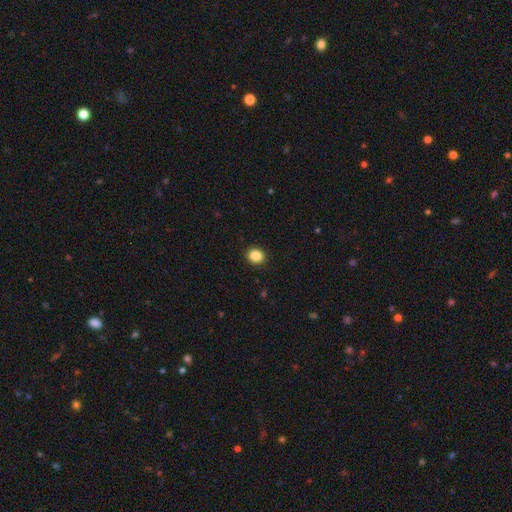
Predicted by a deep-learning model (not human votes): Overall: smooth (87%). How rounded: round (78%). Merging: none (92%).